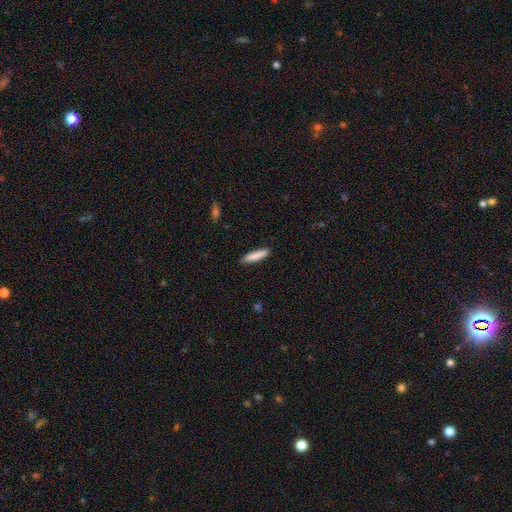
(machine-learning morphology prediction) A smooth galaxy with no disk features (86%) that is cigar-shaped (80%). Merging: none (87%).